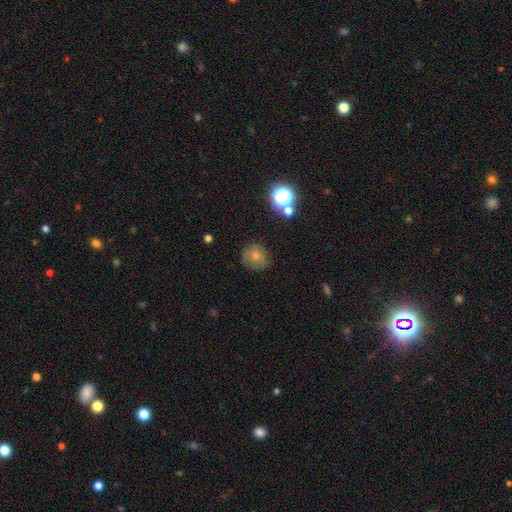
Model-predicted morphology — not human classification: This appears to be a smooth galaxy with no disk features (72%) that is round (88%). Merging: none (75%).